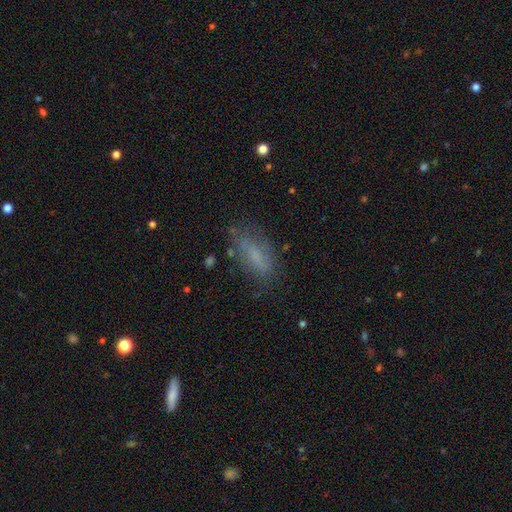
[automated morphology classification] This appears to be a smooth galaxy with no disk features (64%) that is in between round and cigar-shaped (77%). Merging: none (64%).